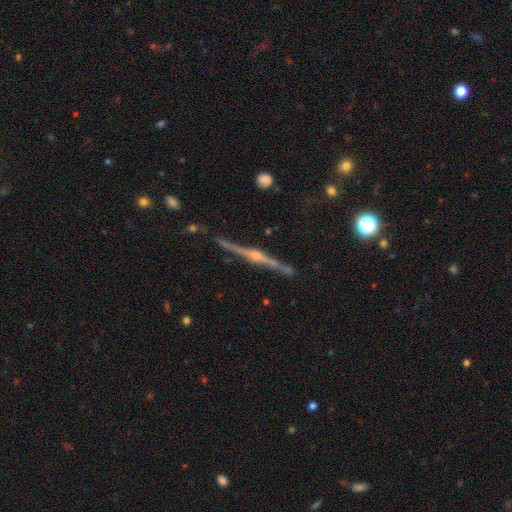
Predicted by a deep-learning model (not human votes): Smooth or featured? featured or disk (88%)
Edge-on disk? yes (98%)
Edge-on bulge? rounded (91%)
Merging? none (85%)